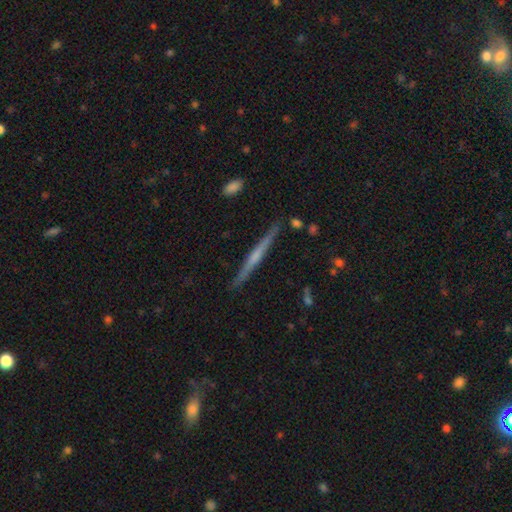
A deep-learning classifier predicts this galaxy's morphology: type=featured or disk (70%); edge-on=yes (98%); edge-on bulge=rounded (50%); merging=none (90%).